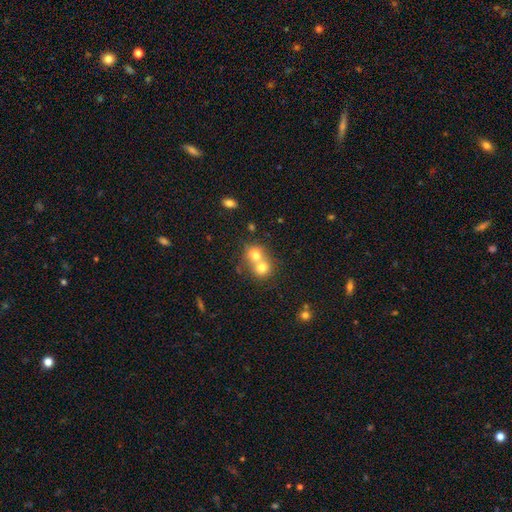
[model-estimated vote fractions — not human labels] Smooth or featured? Predicted: smooth (p=0.70). How rounded? Predicted: round (p=0.74). Merging? Predicted: merger (p=0.65).